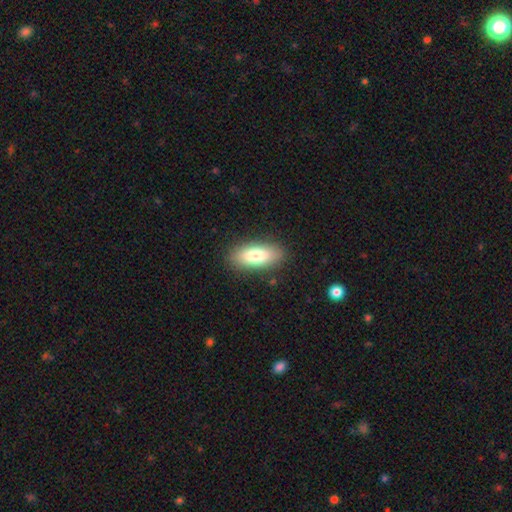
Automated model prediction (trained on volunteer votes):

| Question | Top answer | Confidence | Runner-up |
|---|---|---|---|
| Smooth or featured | smooth | 80% | featured or disk (14%) |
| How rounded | in between | 80% | cigar-shaped (18%) |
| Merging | none | 87% | minor disturbance (9%) |